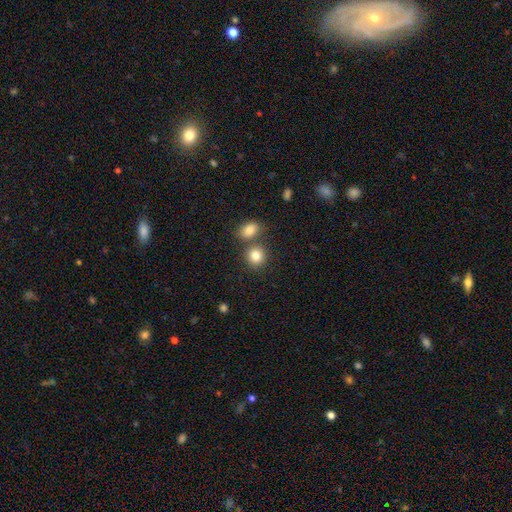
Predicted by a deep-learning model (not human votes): Morphology: type=smooth (83%); roundness=round (80%); merging=none (63%).